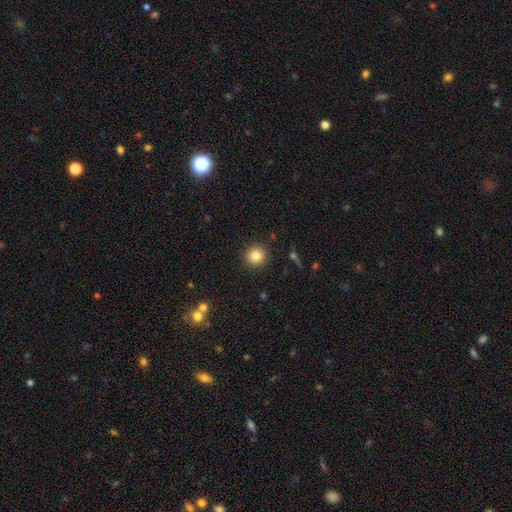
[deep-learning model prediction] Overall: smooth (84%). How rounded: round (95%). Merging: none (92%).